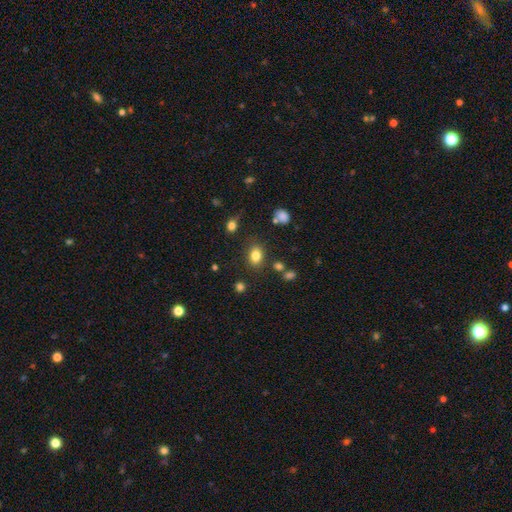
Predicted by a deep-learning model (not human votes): This is clearly a smooth galaxy (81%). How rounded: likely in between (66%). Merging: likely none (80%).